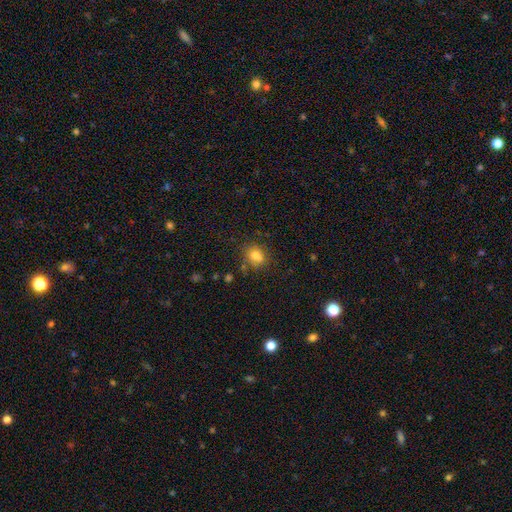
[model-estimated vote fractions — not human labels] Smooth or featured?
  - smooth: 78% *
  - star or artifact: 13%
  - featured or disk: 9%
How rounded?
  - in between: 57% *
  - round: 41%
  - cigar-shaped: 2%
Merging?
  - none: 68% *
  - minor disturbance: 18%
  - merger: 9%
  - major disturbance: 6%